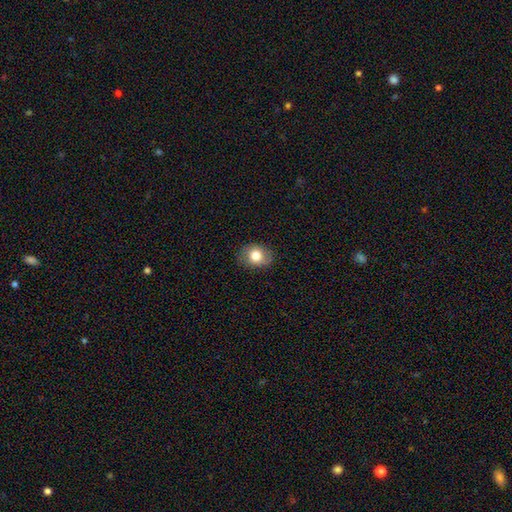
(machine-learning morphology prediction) The model was most divided on "how rounded": in between: 52%, round: 47%, cigar-shaped: 1%. More confident: merging — none (83%); smooth or featured — smooth (79%).